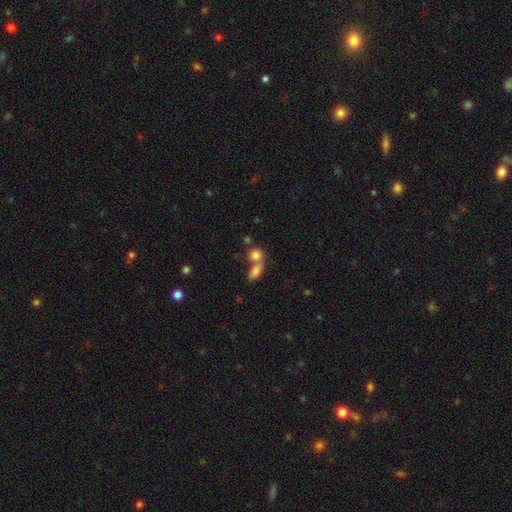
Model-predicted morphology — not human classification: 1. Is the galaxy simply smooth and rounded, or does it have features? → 81% smooth, 10% star or artifact, 9% featured or disk.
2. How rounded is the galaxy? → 49% round, 48% in between, 3% cigar-shaped.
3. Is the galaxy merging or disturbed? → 56% merger, 33% none, 7% minor disturbance, 4% major disturbance.